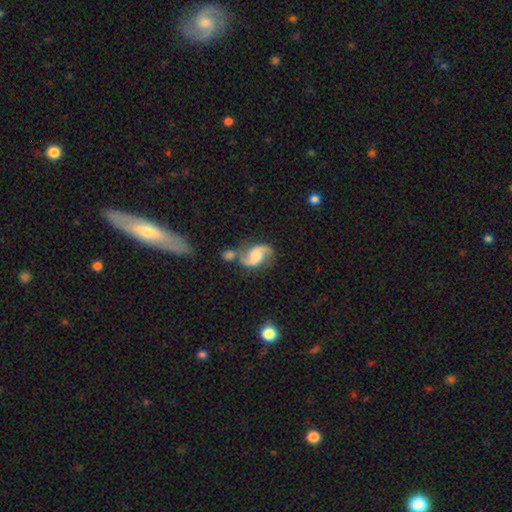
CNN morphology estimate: Smooth or featured?
  - featured or disk: 83% *
  - smooth: 11%
  - star or artifact: 6%
Edge-on disk?
  - no: 97% *
  - yes: 3%
Bar?
  - no: 53% *
  - weak: 38%
  - strong: 9%
Spiral arms?
  - yes: 96% *
  - no: 4%
Spiral winding?
  - loose: 53% *
  - medium: 39%
  - tight: 8%
Spiral arm count?
  - 2: 93% *
  - can't tell: 2%
  - 1: 2%
  - 3: 1%
  - 4: 1%
  - more than 4: 1%
Bulge size?
  - moderate: 43% *
  - large: 22%
  - small: 20%
  - none: 12%
  - dominant: 3%
Merging?
  - none: 52% *
  - merger: 26%
  - minor disturbance: 15%
  - major disturbance: 7%